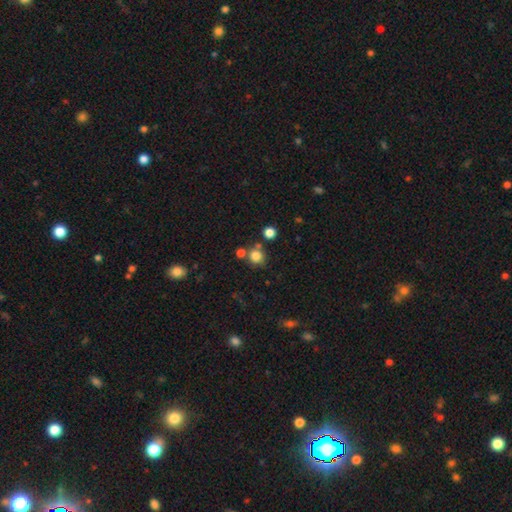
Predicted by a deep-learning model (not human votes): A smooth galaxy with no disk features (81%) that is round (88%). Merging: none (70%).